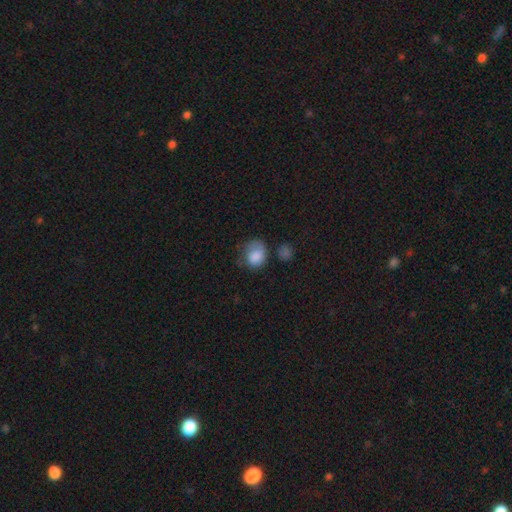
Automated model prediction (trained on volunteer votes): The model was most divided on "how rounded": in between: 52%, round: 47%, cigar-shaped: 1%. Remaining: smooth or featured — smooth (82%); merging — none (41%).